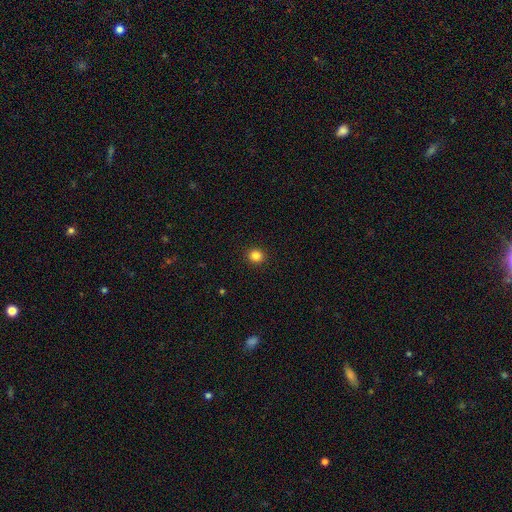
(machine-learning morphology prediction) Smooth or featured? Predicted: smooth (p=0.84). How rounded? Predicted: round (p=0.90). Merging? Predicted: none (p=0.93).